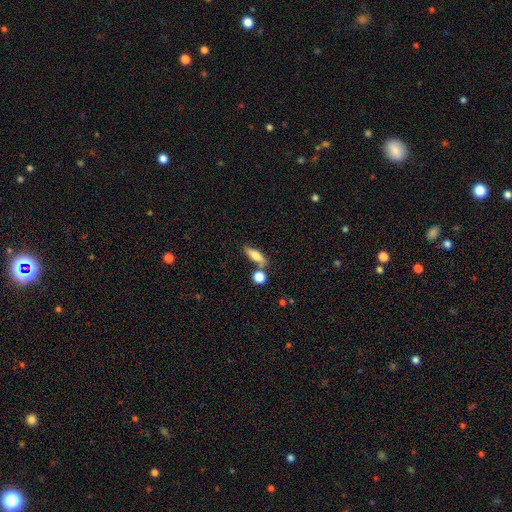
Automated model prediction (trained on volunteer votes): Smooth or featured?
  - smooth: 69% *
  - featured or disk: 23%
  - star or artifact: 8%
How rounded?
  - in between: 53% *
  - cigar-shaped: 41%
  - round: 6%
Merging?
  - none: 67% *
  - merger: 17%
  - minor disturbance: 12%
  - major disturbance: 4%